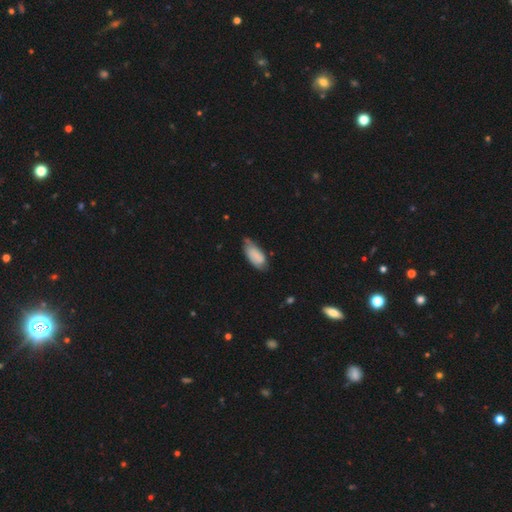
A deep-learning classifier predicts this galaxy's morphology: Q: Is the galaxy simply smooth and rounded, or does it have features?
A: smooth — 74%.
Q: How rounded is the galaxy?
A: in between — 89%.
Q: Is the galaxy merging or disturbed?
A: none — 45%.